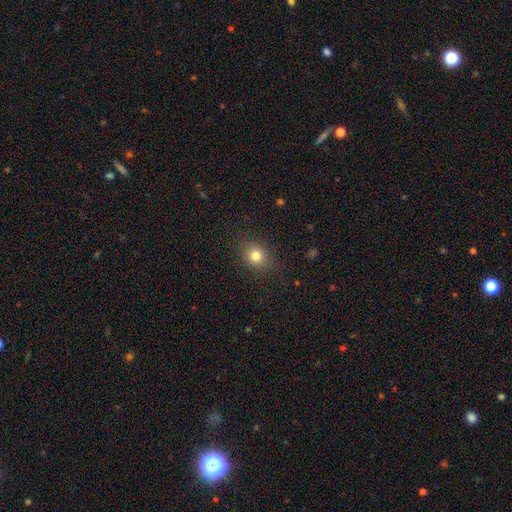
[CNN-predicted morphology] This is likely a smooth galaxy (79%). How rounded: likely round (67%). Merging: clearly none (85%).